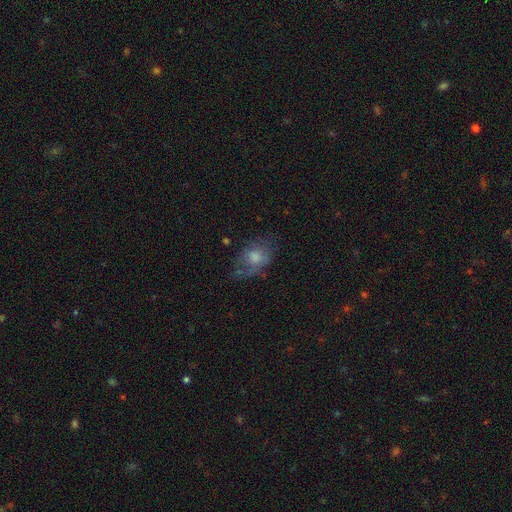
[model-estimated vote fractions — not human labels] Smooth or featured: smooth — 49% (featured or disk — 37%)
Merging: none — 52% (minor disturbance — 26%)